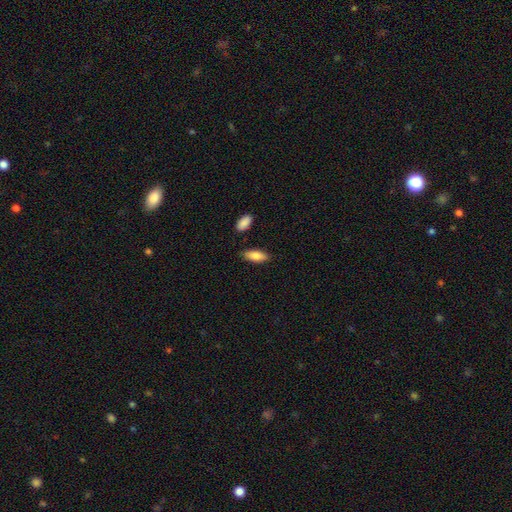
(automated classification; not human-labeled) Smooth or featured: smooth — 84% (featured or disk — 10%)
How rounded: in between — 81% (cigar-shaped — 17%)
Merging: none — 84% (minor disturbance — 11%)